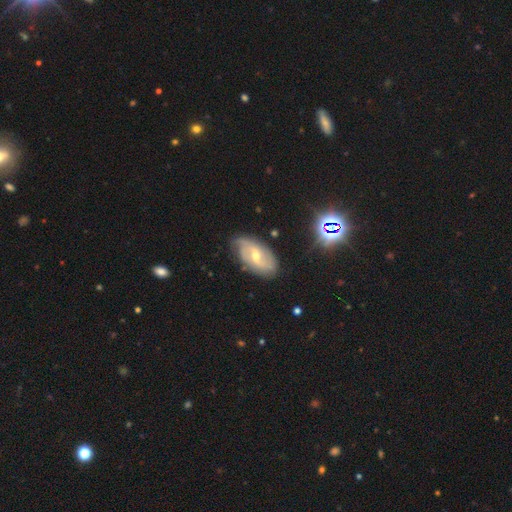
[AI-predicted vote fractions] Morphology: type=featured or disk (75%); edge-on=no (94%); bar=weak (52%); spiral arms=yes (89%); winding=medium (38%); arm count=2 (54%); bulge=moderate (52%); merging=none (72%).